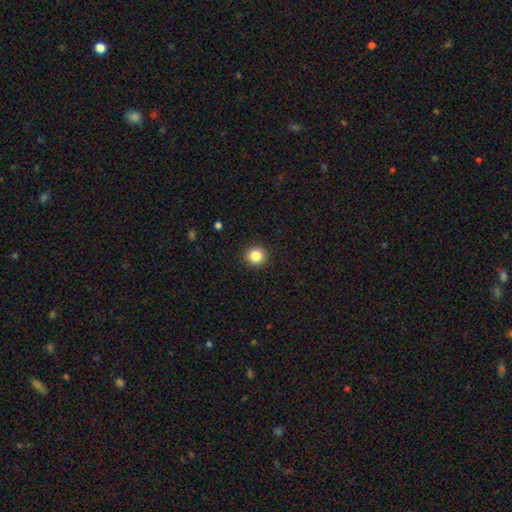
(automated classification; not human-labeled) Smooth or featured?
  - smooth: 85% *
  - star or artifact: 11%
  - featured or disk: 5%
How rounded?
  - round: 92% *
  - in between: 7%
  - cigar-shaped: 1%
Merging?
  - none: 93% *
  - minor disturbance: 5%
  - major disturbance: 2%
  - merger: 1%